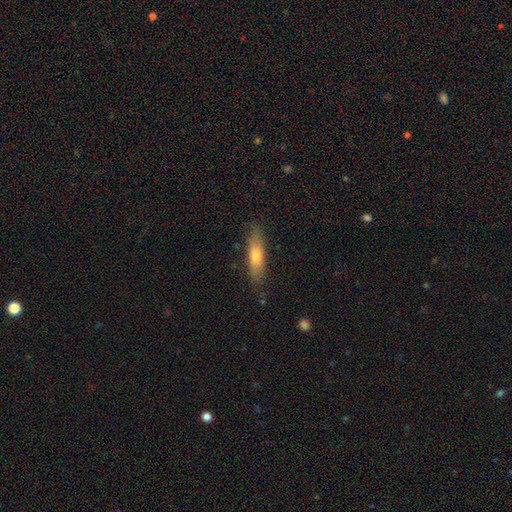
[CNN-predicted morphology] smooth-or-featured: smooth: 68% | featured or disk: 26% | star or artifact: 6%
  how-rounded: cigar-shaped: 69% | in between: 29% | round: 2%
  merging: none: 82% | minor disturbance: 14% | major disturbance: 3% | merger: 1%